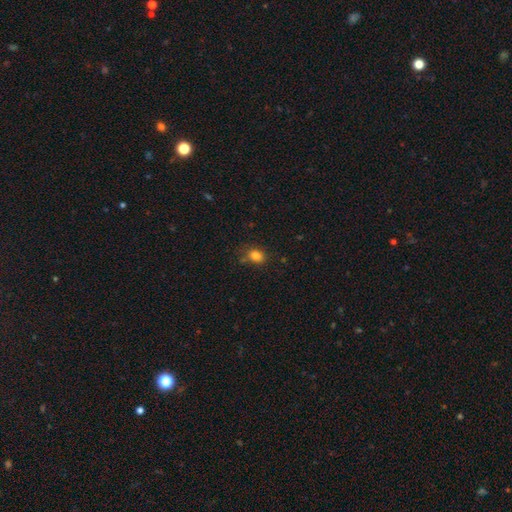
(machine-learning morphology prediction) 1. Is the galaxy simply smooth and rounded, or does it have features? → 82% smooth, 12% star or artifact, 6% featured or disk.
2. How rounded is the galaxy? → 57% in between, 42% round, 1% cigar-shaped.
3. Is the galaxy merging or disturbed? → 73% none, 17% minor disturbance, 5% merger, 5% major disturbance.